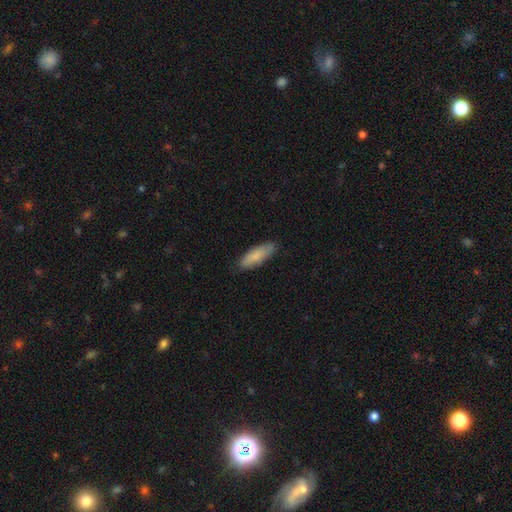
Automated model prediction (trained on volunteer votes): A smooth galaxy with no disk features (84%) that is in between round and cigar-shaped (52%).

Vote fractions:
- Smooth or featured? smooth: 84% / featured or disk: 11% / star or artifact: 6%
- How rounded? in between: 52% / cigar-shaped: 46% / round: 2%
- Merging? none: 86% / minor disturbance: 11% / major disturbance: 2% / merger: 1%